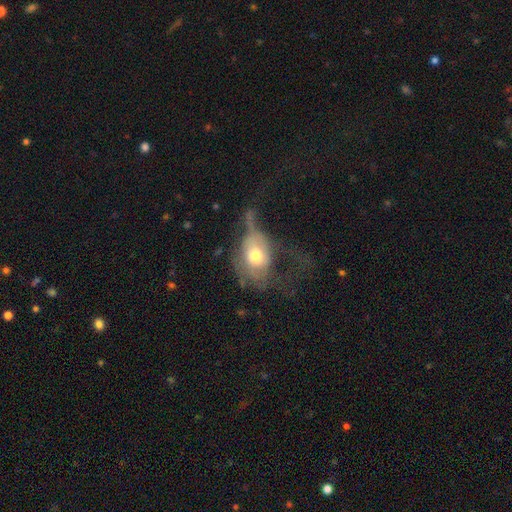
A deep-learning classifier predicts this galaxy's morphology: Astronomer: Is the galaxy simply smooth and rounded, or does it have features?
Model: smooth — 56% (runner-up: featured or disk, 36%).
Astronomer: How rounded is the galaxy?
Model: in between — 68%.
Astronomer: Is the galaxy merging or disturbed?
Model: major disturbance — 56%.